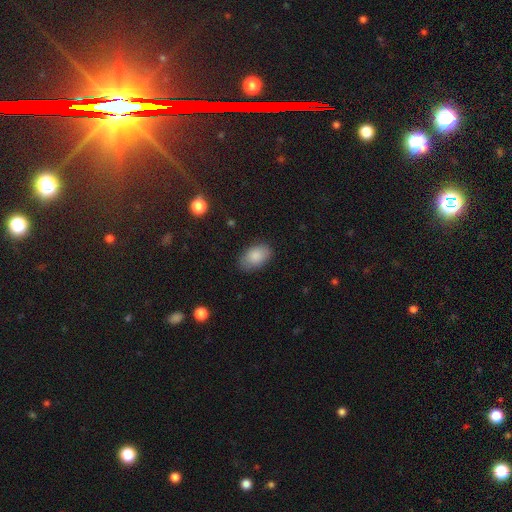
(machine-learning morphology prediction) Smooth or featured?
  - smooth: 87% *
  - star or artifact: 7%
  - featured or disk: 6%
How rounded?
  - in between: 92% *
  - round: 6%
  - cigar-shaped: 1%
Merging?
  - none: 83% *
  - minor disturbance: 13%
  - major disturbance: 3%
  - merger: 1%